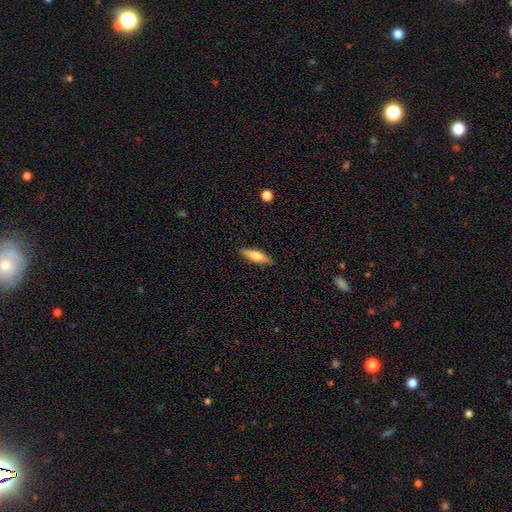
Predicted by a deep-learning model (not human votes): A smooth galaxy with no disk features (69%) that is cigar-shaped (54%). Merging: none (89%).